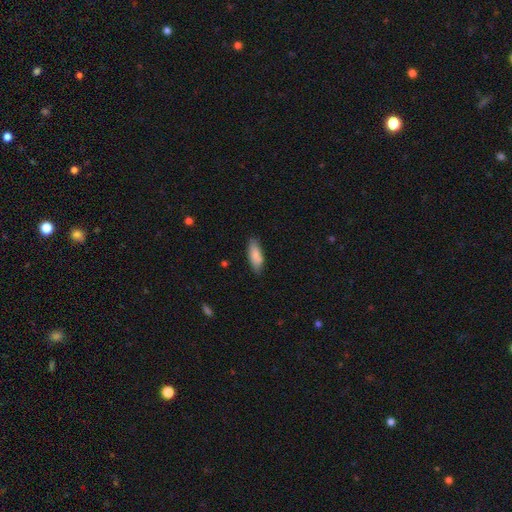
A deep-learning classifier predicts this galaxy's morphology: smooth_or_featured: smooth (p=0.83) [alt: featured or disk p=0.11]
how_rounded: in between (p=0.66) [alt: cigar-shaped p=0.32]
merging: none (p=0.78) [alt: minor disturbance p=0.17]